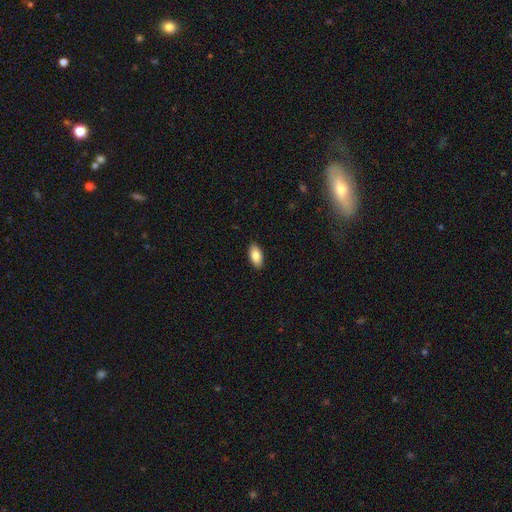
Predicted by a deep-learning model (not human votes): Smooth or featured? smooth (85%)
How rounded? in between (93%)
Merging? none (90%)